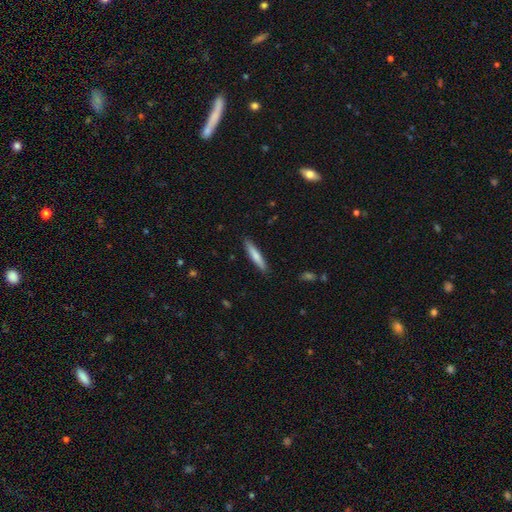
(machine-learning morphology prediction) This appears to be a smooth galaxy with no disk features (70%) that is cigar-shaped (91%). Merging: none (89%).